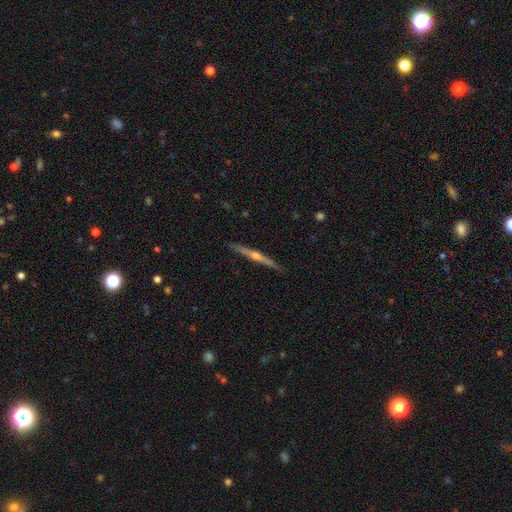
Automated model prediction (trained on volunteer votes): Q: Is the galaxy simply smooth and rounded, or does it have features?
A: featured or disk — 80%.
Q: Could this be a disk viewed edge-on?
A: yes — 98%.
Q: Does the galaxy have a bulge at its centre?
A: rounded — 86%.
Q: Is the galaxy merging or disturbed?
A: none — 91%.